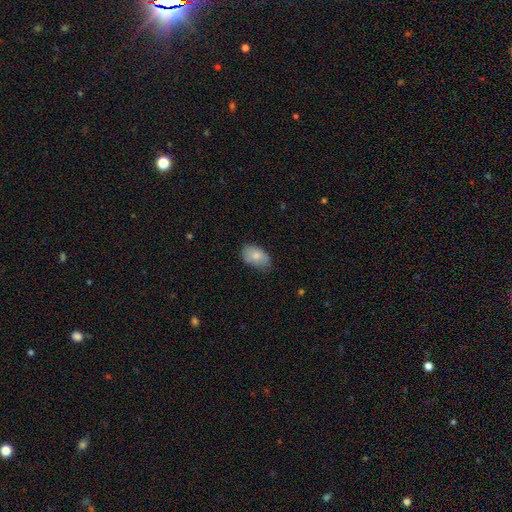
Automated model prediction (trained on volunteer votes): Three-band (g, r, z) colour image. It shows a smooth galaxy with no disk features (81%) that is in between round and cigar-shaped (90%). Merging: none (66%).